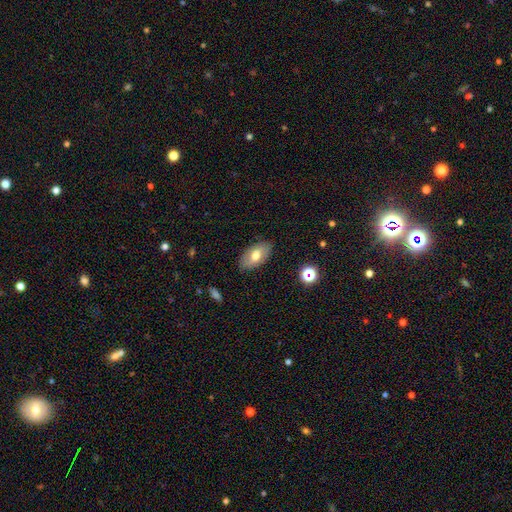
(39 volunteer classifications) A smooth galaxy with no disk features (49%) that is in between round and cigar-shaped (95%). Merging: none (86%).